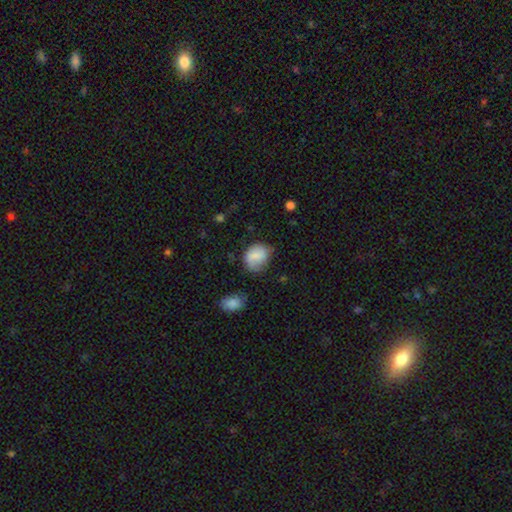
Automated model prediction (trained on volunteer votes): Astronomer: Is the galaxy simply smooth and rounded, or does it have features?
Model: smooth — 77%.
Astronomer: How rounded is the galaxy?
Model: round — 51% (runner-up: in between, 48%).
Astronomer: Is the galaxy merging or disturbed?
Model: none — 59%.